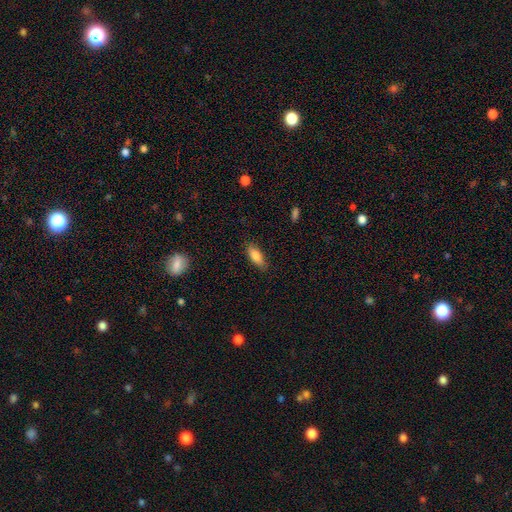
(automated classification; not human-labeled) Smooth or featured?
  - smooth: 82% *
  - featured or disk: 11%
  - star or artifact: 7%
How rounded?
  - in between: 75% *
  - cigar-shaped: 23%
  - round: 2%
Merging?
  - none: 84% *
  - minor disturbance: 12%
  - major disturbance: 3%
  - merger: 1%